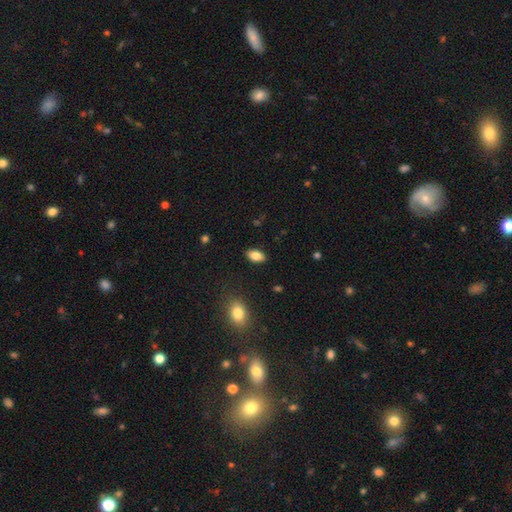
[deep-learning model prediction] This is clearly a smooth galaxy (85%). How rounded: clearly in between (92%). Merging: clearly none (88%).